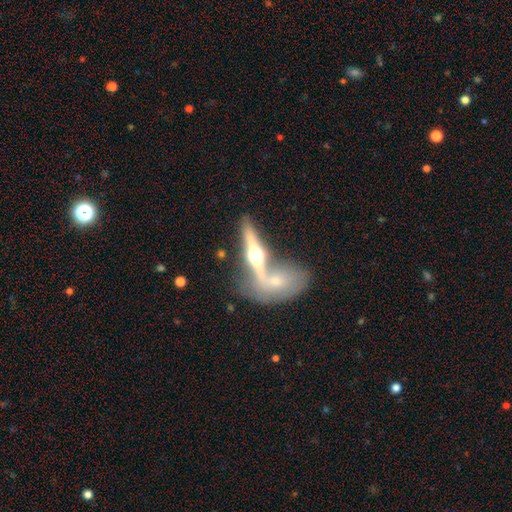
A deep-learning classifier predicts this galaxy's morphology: A featured or disk galaxy (73%) viewed edge-on (90%) with a rounded central bulge (96%).

Vote fractions:
- Smooth or featured? featured or disk: 73% / smooth: 21% / star or artifact: 6%
- Edge-on disk? yes: 90% / no: 10%
- Edge-on bulge? rounded: 96% / boxy: 2% / none: 2%
- Merging? merger: 42% (tied) / none: 42% (tied) / minor disturbance: 10% / major disturbance: 6%